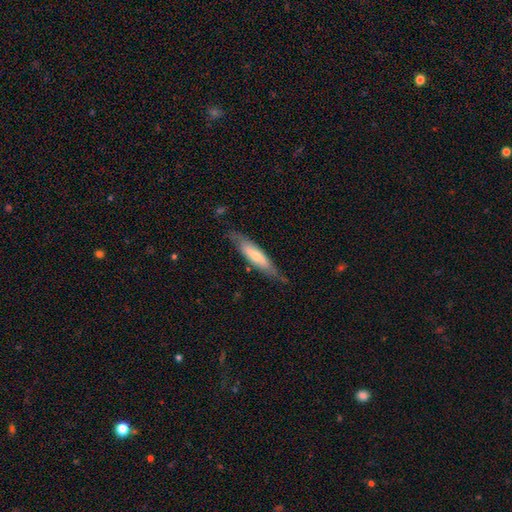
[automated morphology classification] Smooth or featured: smooth — 54% (featured or disk — 40%)
How rounded: cigar-shaped — 71% (in between — 28%)
Merging: none — 73% (minor disturbance — 20%)